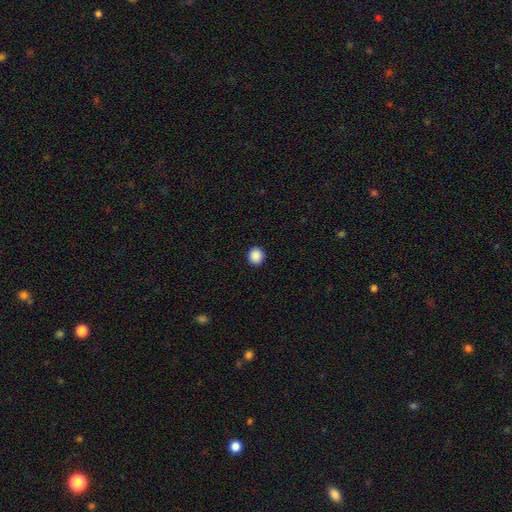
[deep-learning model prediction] This is clearly a smooth galaxy (89%). How rounded: clearly round (91%). Merging: clearly none (92%).